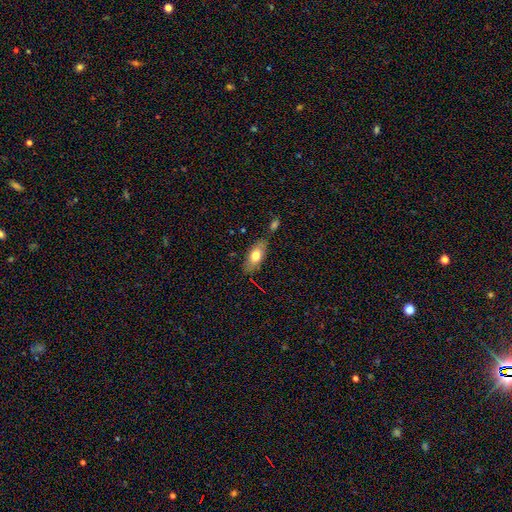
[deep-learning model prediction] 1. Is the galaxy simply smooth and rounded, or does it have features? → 72% smooth, 21% featured or disk, 7% star or artifact.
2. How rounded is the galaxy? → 84% in between, 13% cigar-shaped, 3% round.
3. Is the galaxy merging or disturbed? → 75% none, 16% minor disturbance, 6% merger, 3% major disturbance.